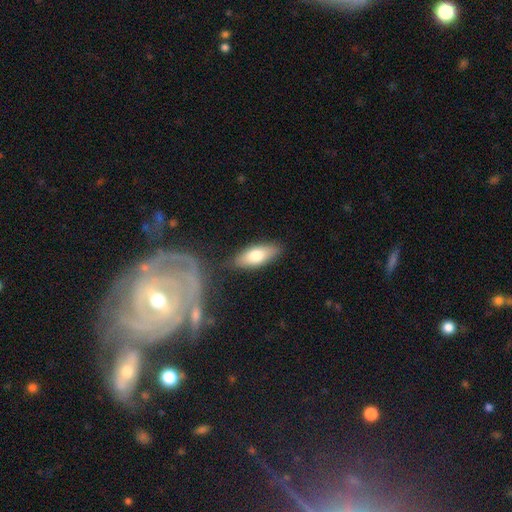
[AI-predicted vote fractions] smooth_or_featured: smooth (p=0.73) [alt: featured or disk p=0.21]
how_rounded: in between (p=0.75) [alt: cigar-shaped p=0.22]
merging: none (p=0.81) [alt: minor disturbance p=0.12]